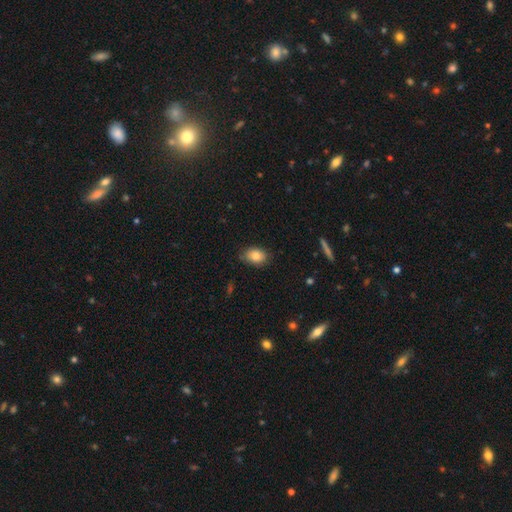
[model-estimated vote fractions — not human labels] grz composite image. It shows a smooth galaxy with no disk features (83%) that is in between round and cigar-shaped (70%). Merging: none (80%).